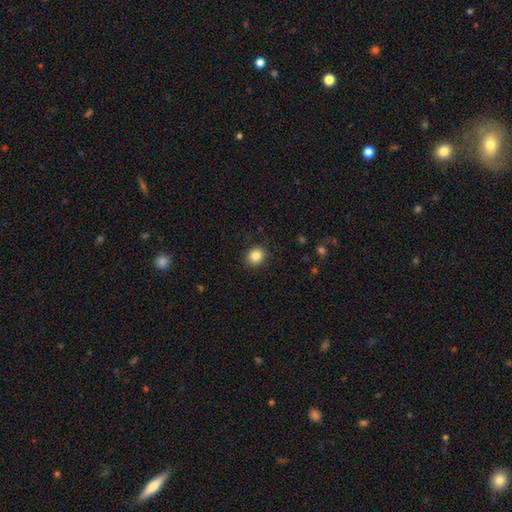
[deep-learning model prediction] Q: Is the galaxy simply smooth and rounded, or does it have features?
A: smooth — 85%.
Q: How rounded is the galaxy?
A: round — 82%.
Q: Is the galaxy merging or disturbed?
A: none — 90%.